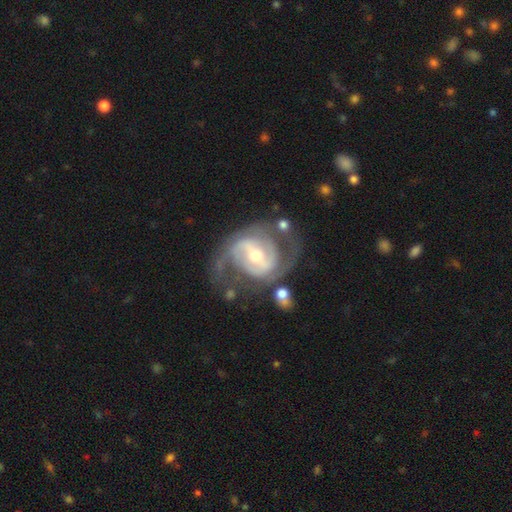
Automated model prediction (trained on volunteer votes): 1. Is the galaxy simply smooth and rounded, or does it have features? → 88% featured or disk, 7% smooth, 5% star or artifact.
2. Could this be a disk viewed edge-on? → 97% no, 3% yes.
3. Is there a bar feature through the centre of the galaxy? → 45% strong, 39% weak, 16% no.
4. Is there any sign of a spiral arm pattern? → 94% yes, 6% no.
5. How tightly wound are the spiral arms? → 50% medium, 31% tight, 20% loose.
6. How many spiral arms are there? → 79% 2, 8% can't tell, 7% 3, 3% 1, 2% 4, 2% more than 4.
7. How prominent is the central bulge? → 55% moderate, 39% small, 4% large, 1% none, 1% dominant.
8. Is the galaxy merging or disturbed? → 59% none, 18% minor disturbance, 16% major disturbance, 7% merger.